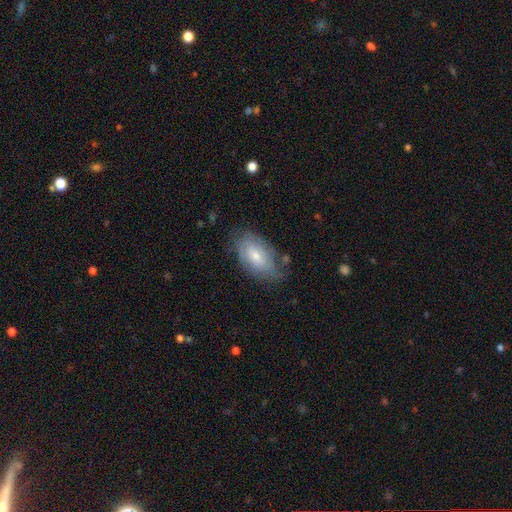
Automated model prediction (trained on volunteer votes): This appears to be a smooth galaxy with no disk features (55%) that is in between round and cigar-shaped (92%). Merging: none (61%).